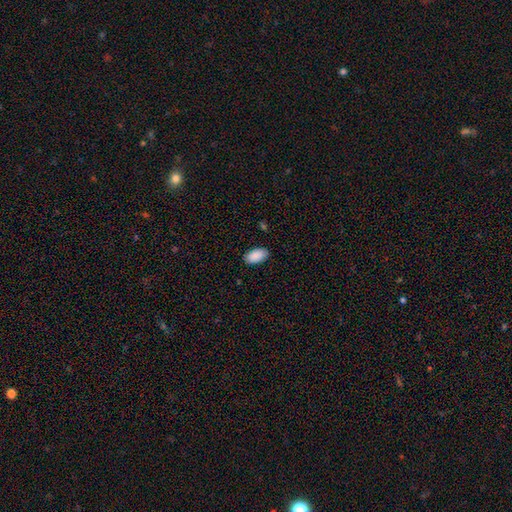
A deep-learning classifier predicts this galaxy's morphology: type=smooth (90%); roundness=in between (96%); merging=none (86%).